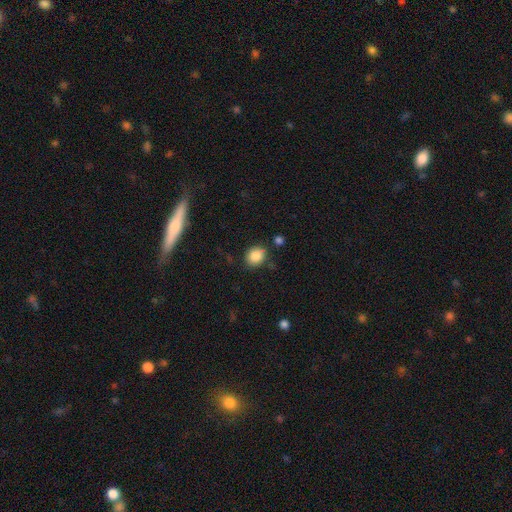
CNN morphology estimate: This appears to be a smooth galaxy with no disk features (86%) that is round (65%). Merging: none (76%).